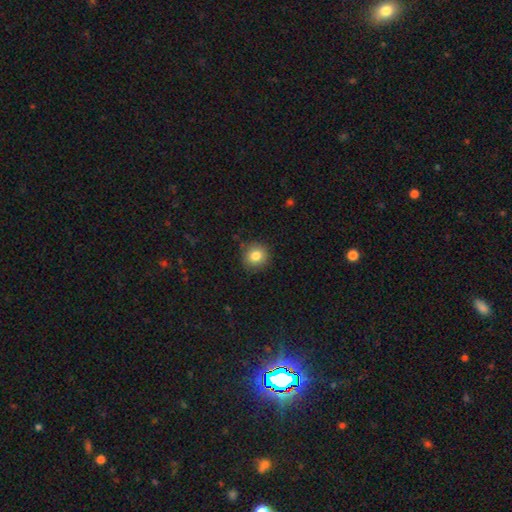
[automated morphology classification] The model was most divided on "smooth or featured": smooth: 83%, star or artifact: 10%, featured or disk: 7%. More confident: how rounded — round (88%); merging — none (87%).